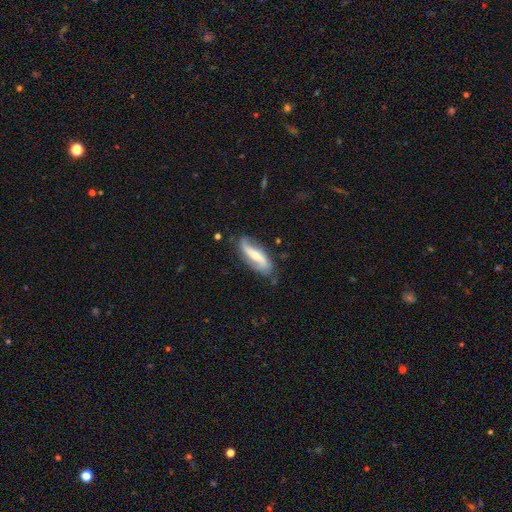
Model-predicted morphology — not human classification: Smooth or featured? Predicted: featured or disk (p=0.71). Edge-on disk? Predicted: no (p=0.85). Bar? Predicted: strong (p=0.38). Spiral arms? Predicted: yes (p=0.91). Spiral winding? Predicted: loose (p=0.66). Spiral arm count? Predicted: 2 (p=0.87). Bulge size? Predicted: small (p=0.49). Merging? Predicted: none (p=0.70).